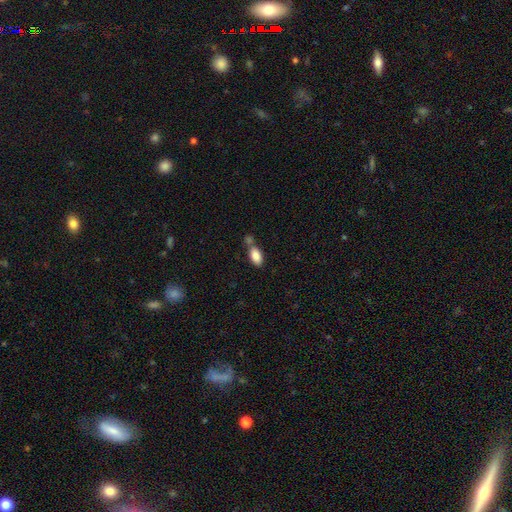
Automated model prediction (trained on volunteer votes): A smooth galaxy with no disk features (86%) that is in between round and cigar-shaped (93%).

Vote fractions:
- Smooth or featured? smooth: 86% / star or artifact: 7% / featured or disk: 7%
- How rounded? in between: 93% / cigar-shaped: 4% / round: 3%
- Merging? none: 51% / merger: 33% / minor disturbance: 12% / major disturbance: 4%